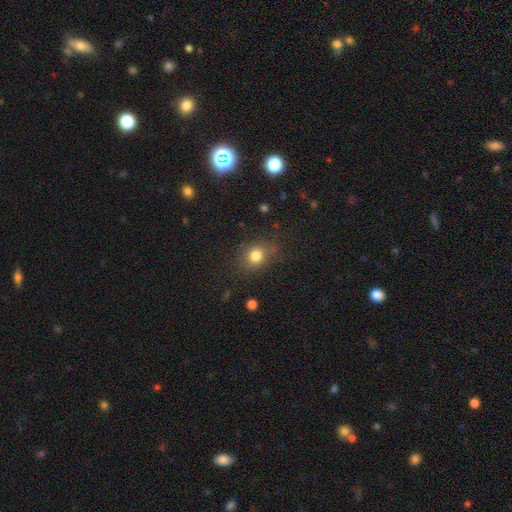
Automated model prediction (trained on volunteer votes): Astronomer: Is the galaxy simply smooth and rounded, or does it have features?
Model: smooth — 80%.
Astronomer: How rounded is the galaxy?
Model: round — 66%.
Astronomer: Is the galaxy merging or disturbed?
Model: none — 77%.